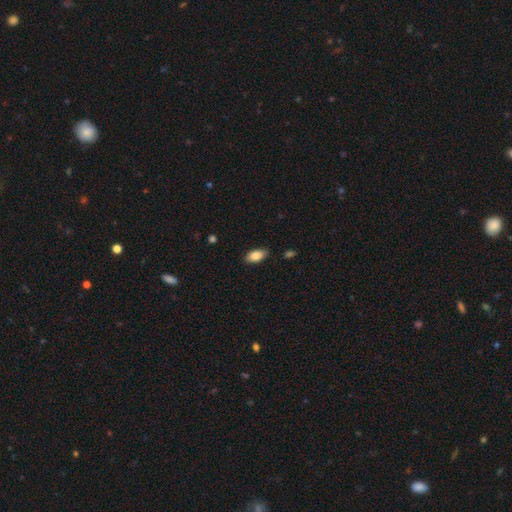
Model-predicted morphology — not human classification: type=smooth (84%); roundness=in between (92%); merging=none (87%).